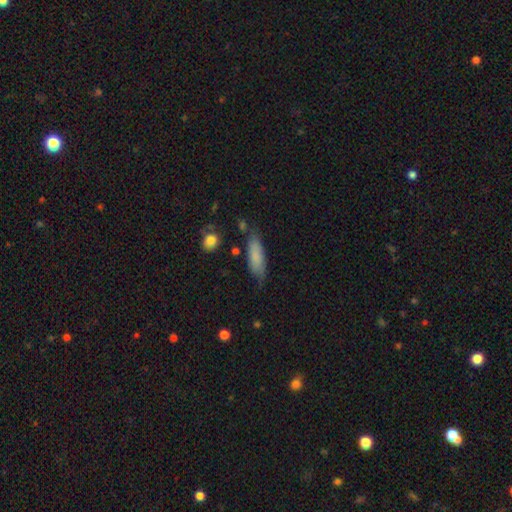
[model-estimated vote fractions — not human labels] A smooth galaxy with no disk features (80%) that is in between round and cigar-shaped (54%). Merging: none (68%).